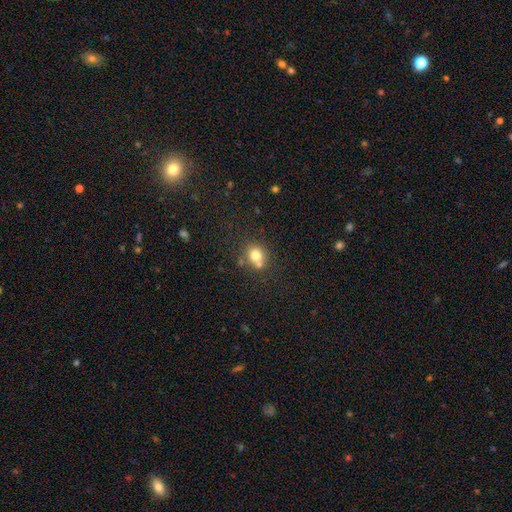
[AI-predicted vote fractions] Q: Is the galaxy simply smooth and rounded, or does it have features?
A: smooth — 75%.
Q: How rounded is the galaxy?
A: round — 79%.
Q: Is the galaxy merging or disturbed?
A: none — 59%.